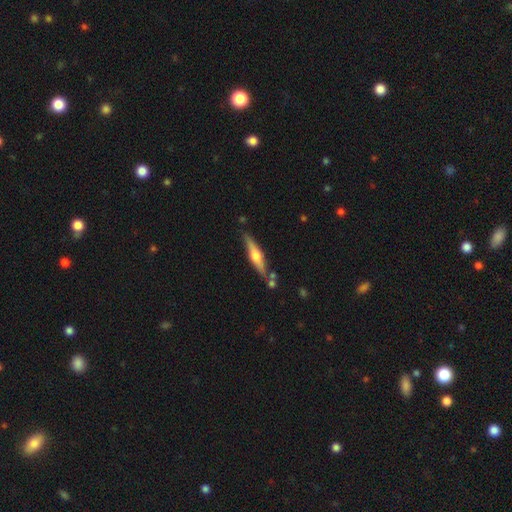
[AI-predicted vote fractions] Q: Smooth or featured?
A: featured or disk (59%); runner-up: smooth (35%)
Q: Edge-on disk?
A: yes (94%); runner-up: no (6%)
Q: Edge-on bulge?
A: rounded (92%); runner-up: boxy (5%)
Q: Merging?
A: none (78%); runner-up: minor disturbance (13%)